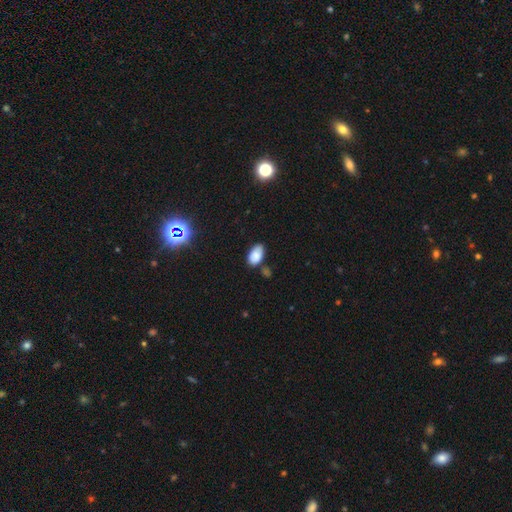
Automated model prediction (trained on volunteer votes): Smooth or featured? smooth (84%)
How rounded? in between (94%)
Merging? none (67%)